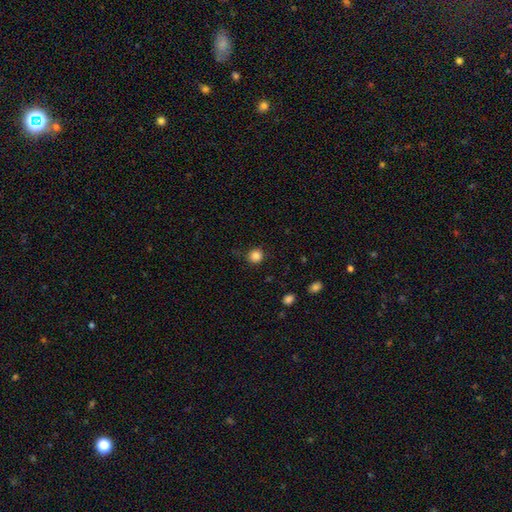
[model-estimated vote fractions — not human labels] This is clearly a smooth galaxy (85%). How rounded: clearly round (92%). Merging: clearly none (86%).